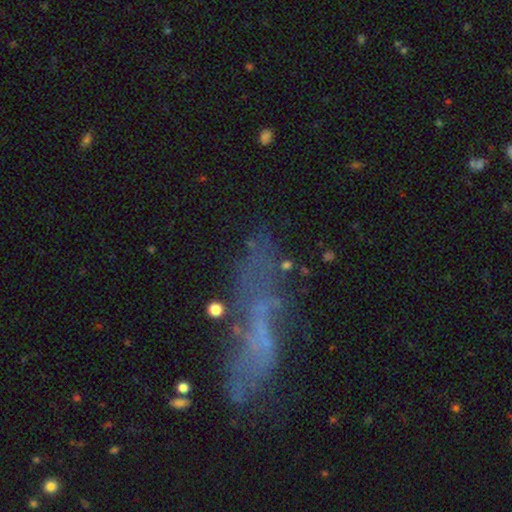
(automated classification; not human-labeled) This appears to be a featured or disk galaxy (46%). Merging: none (47%).